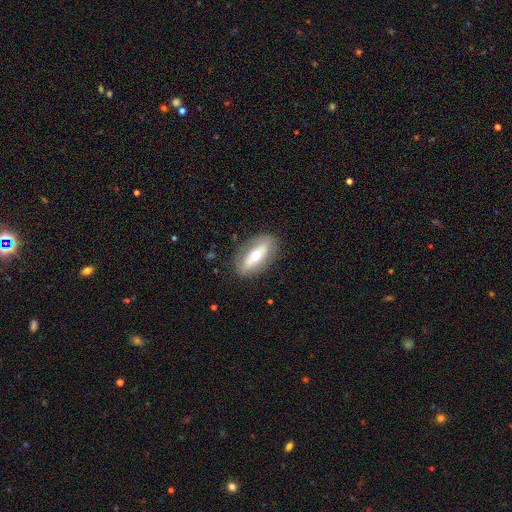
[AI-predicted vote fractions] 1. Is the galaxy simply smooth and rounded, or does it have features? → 47% featured or disk, 46% smooth, 7% star or artifact.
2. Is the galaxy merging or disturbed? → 82% none, 12% minor disturbance, 4% major disturbance, 1% merger.